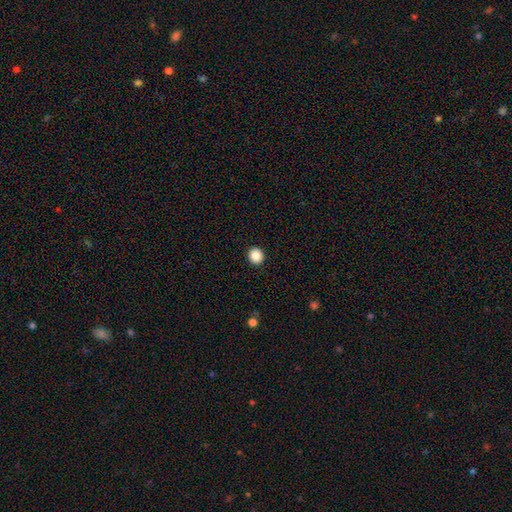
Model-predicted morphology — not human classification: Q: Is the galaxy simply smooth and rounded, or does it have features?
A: smooth — 88%.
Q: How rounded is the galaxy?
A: round — 91%.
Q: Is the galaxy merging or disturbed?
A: none — 93%.